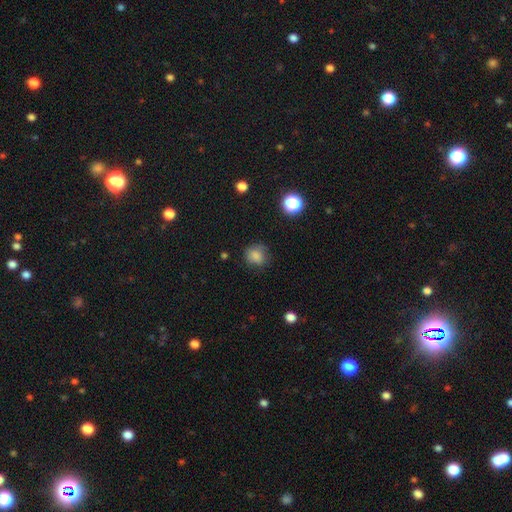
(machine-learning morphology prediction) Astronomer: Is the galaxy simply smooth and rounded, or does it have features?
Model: smooth — 82%.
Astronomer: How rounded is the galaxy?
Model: round — 78%.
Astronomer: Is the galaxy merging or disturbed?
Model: none — 73%.